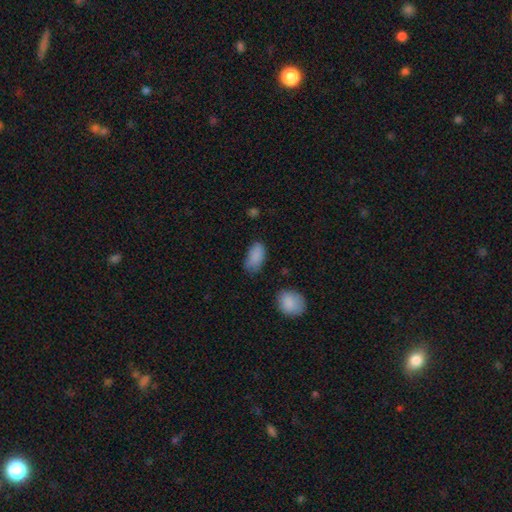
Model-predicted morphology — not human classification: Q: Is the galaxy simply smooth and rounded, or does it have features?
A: smooth — 86%.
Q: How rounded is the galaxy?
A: in between — 93%.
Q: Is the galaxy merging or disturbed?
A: none — 60%.